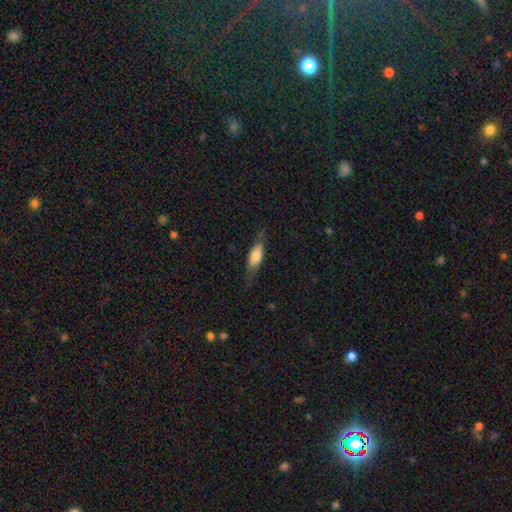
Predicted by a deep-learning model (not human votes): Q: Smooth or featured?
A: smooth (59%); runner-up: featured or disk (35%)
Q: How rounded?
A: in between (59%); runner-up: cigar-shaped (38%)
Q: Merging?
A: none (69%); runner-up: minor disturbance (21%)